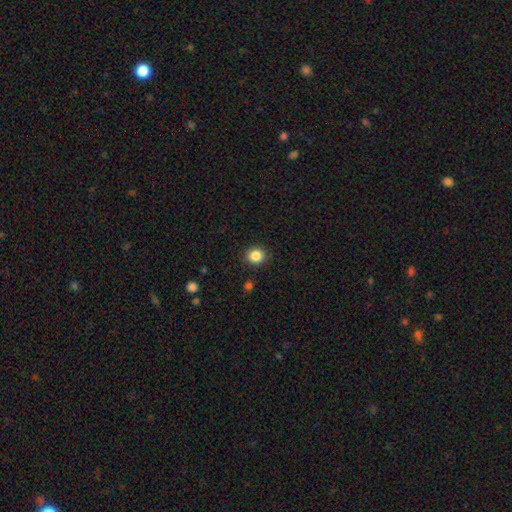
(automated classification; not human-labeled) The model was most divided on "how rounded": round: 78%, in between: 21%, cigar-shaped: 1%. More confident: merging — none (90%); smooth or featured — smooth (86%).